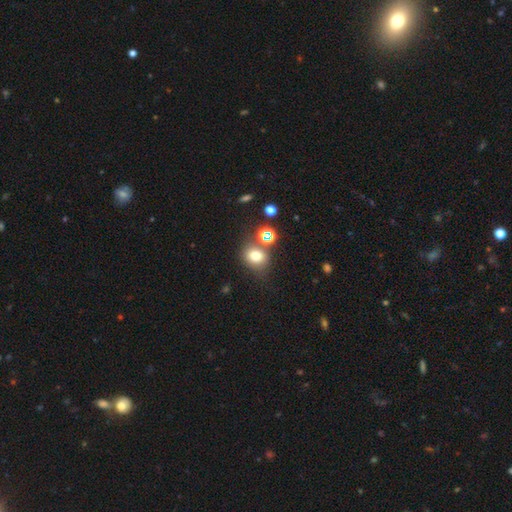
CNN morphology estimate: Q: Smooth or featured?
A: smooth (72%); runner-up: star or artifact (18%)
Q: How rounded?
A: round (64%); runner-up: in between (35%)
Q: Merging?
A: none (63%); runner-up: merger (16%)